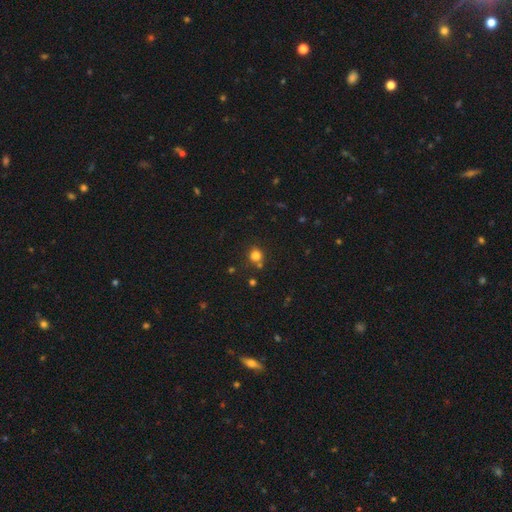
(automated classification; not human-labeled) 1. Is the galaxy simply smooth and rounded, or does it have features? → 80% smooth, 15% star or artifact, 5% featured or disk.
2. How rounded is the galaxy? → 84% round, 15% in between, 1% cigar-shaped.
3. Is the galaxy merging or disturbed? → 72% none, 13% merger, 11% minor disturbance, 4% major disturbance.